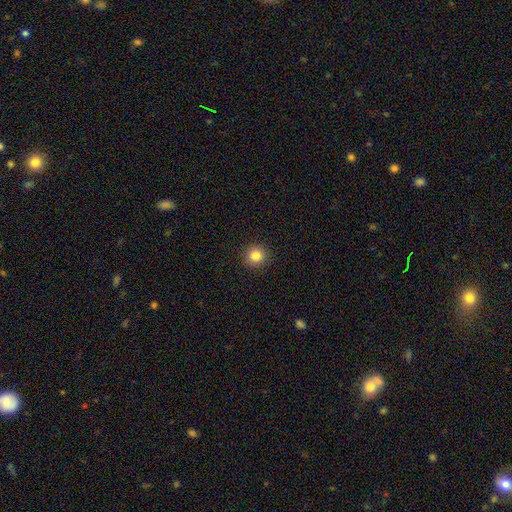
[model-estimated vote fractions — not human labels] smooth-or-featured: smooth: 84% | star or artifact: 11% | featured or disk: 5%
  how-rounded: round: 93% | in between: 6% | cigar-shaped: 1%
  merging: none: 92% | minor disturbance: 5% | major disturbance: 2% | merger: 1%